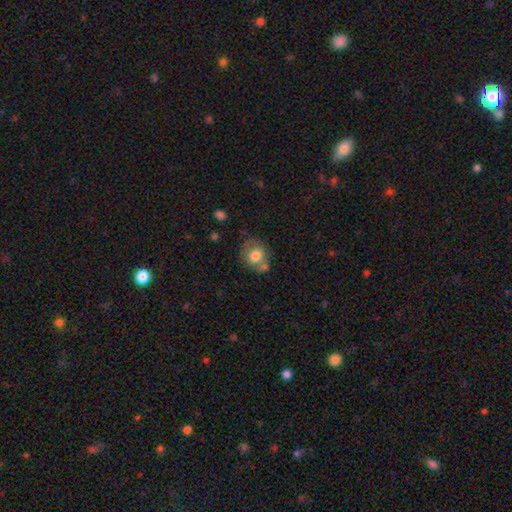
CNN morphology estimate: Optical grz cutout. It shows a smooth galaxy with no disk features (70%) that is round (68%). Merging: none (54%).